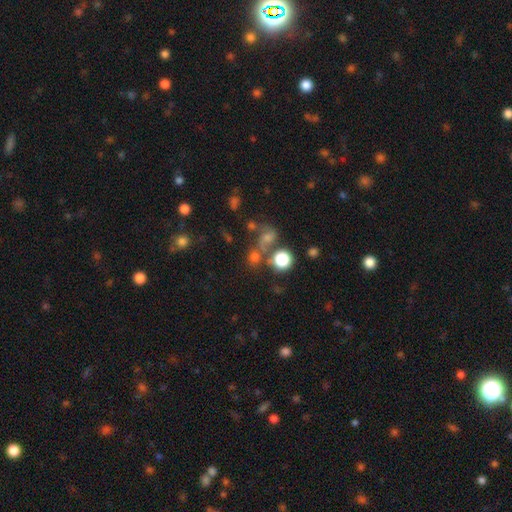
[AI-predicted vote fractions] Q: Smooth or featured?
A: smooth (49%); runner-up: star or artifact (39%)
Q: Merging?
A: none (57%); runner-up: merger (25%)